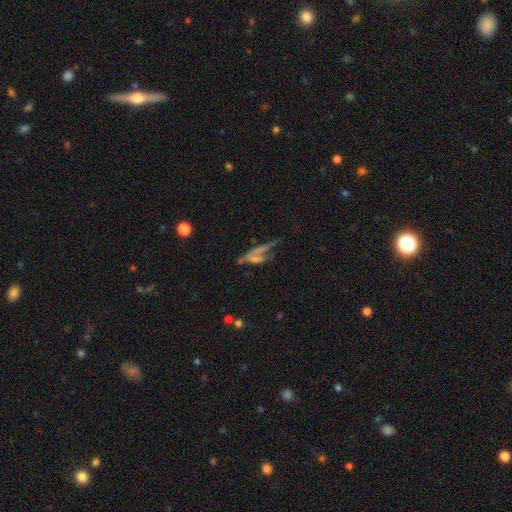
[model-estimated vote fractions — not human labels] A smooth galaxy with no disk features (46%). Merging: merger (33%).